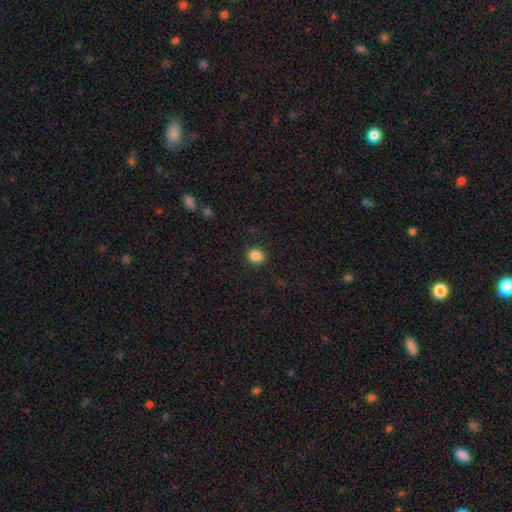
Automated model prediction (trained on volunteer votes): Q: Smooth or featured?
A: smooth (86%); runner-up: star or artifact (10%)
Q: How rounded?
A: round (83%); runner-up: in between (16%)
Q: Merging?
A: none (91%); runner-up: minor disturbance (6%)